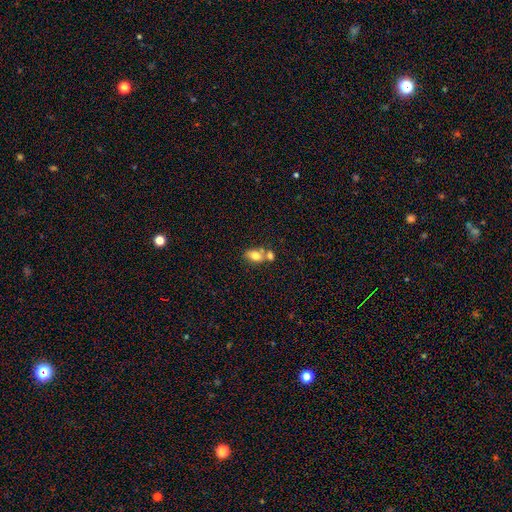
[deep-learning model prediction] A smooth galaxy with no disk features (77%) that is in between round and cigar-shaped (83%).

Vote fractions:
- Smooth or featured? smooth: 77% / featured or disk: 14% / star or artifact: 9%
- How rounded? in between: 83% / round: 14% / cigar-shaped: 2%
- Merging? merger: 44% / none: 41% / minor disturbance: 11% / major disturbance: 4%